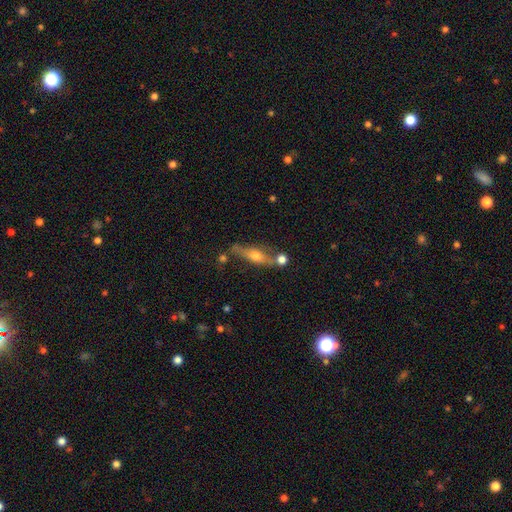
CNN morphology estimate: Q: Smooth or featured?
A: featured or disk (57%); runner-up: smooth (34%)
Q: Edge-on disk?
A: yes (86%); runner-up: no (14%)
Q: Merging?
A: none (64%); runner-up: minor disturbance (16%)